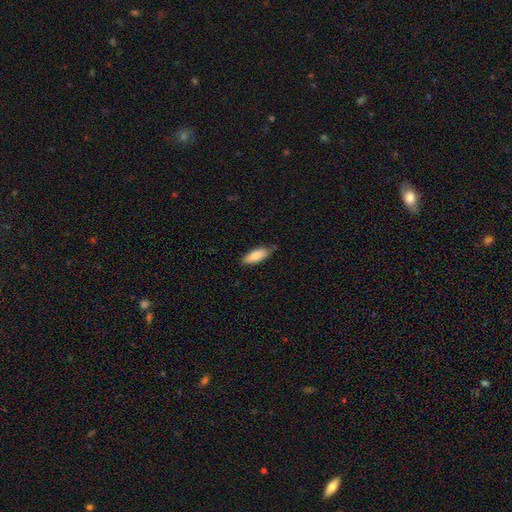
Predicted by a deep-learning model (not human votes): A smooth galaxy with no disk features (82%) that is in between round and cigar-shaped (72%).

Vote fractions:
- Smooth or featured? smooth: 82% / featured or disk: 12% / star or artifact: 6%
- How rounded? in between: 72% / cigar-shaped: 26% / round: 2%
- Merging? none: 77% / minor disturbance: 19% / major disturbance: 3% / merger: 2%